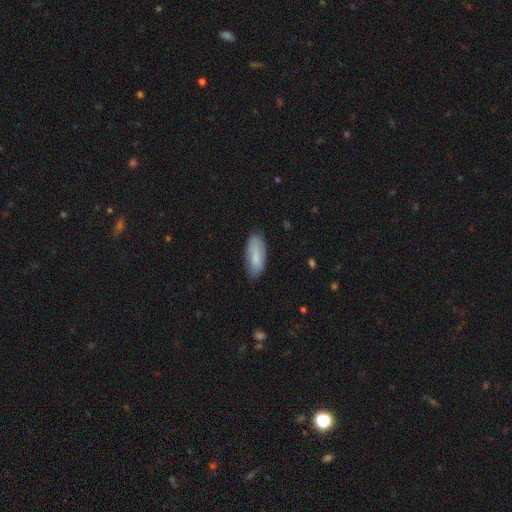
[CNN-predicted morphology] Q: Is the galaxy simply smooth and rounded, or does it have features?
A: smooth — 80%.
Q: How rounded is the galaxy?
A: in between — 77%.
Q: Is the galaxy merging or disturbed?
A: none — 80%.